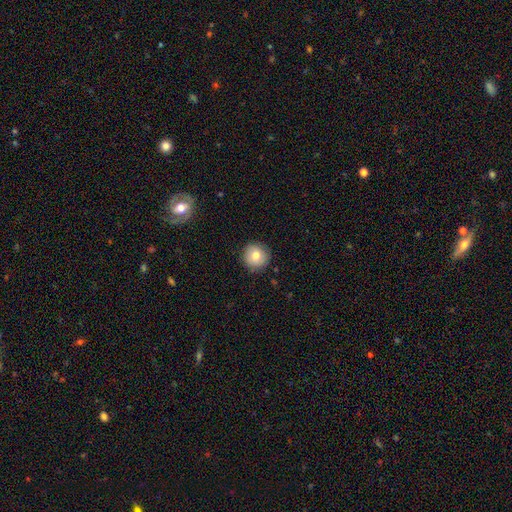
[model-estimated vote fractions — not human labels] smooth-or-featured: smooth: 77% | featured or disk: 14% | star or artifact: 9%
  how-rounded: round: 95% | in between: 5% | cigar-shaped: 1%
  merging: none: 89% | minor disturbance: 8% | major disturbance: 2% | merger: 1%